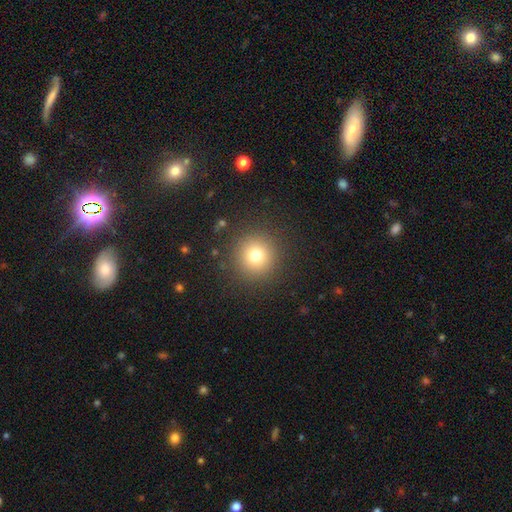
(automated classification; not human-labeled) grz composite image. It shows a smooth galaxy with no disk features (76%) that is round (95%). Merging: none (89%).